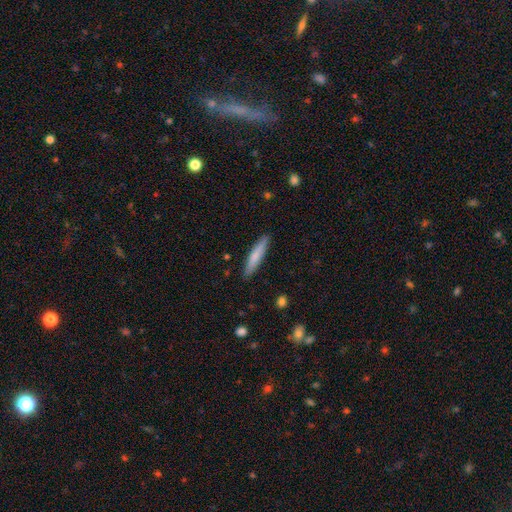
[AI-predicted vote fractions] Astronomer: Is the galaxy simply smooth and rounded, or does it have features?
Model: smooth — 74%.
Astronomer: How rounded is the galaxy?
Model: cigar-shaped — 90%.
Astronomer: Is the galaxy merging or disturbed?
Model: none — 89%.